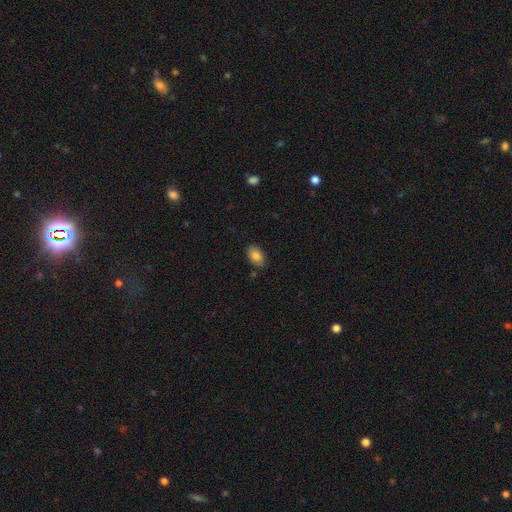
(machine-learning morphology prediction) Smooth or featured? Predicted: smooth (p=0.84). How rounded? Predicted: in between (p=0.90). Merging? Predicted: none (p=0.81).